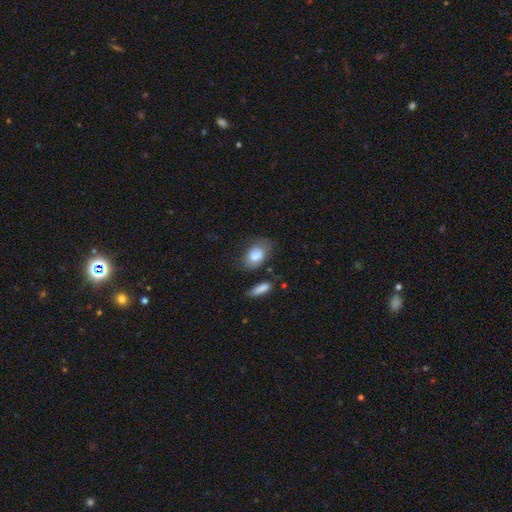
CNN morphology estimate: Smooth or featured?
  - smooth: 79% *
  - featured or disk: 14%
  - star or artifact: 7%
How rounded?
  - in between: 84% *
  - round: 14%
  - cigar-shaped: 2%
Merging?
  - none: 55% *
  - minor disturbance: 25%
  - major disturbance: 11%
  - merger: 9%